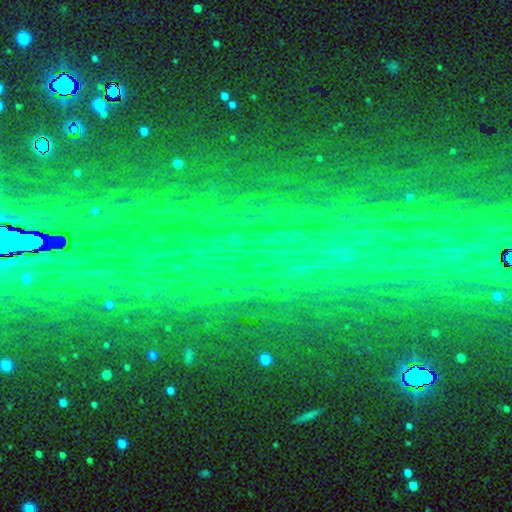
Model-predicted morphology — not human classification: Overall: star or artifact (83%).